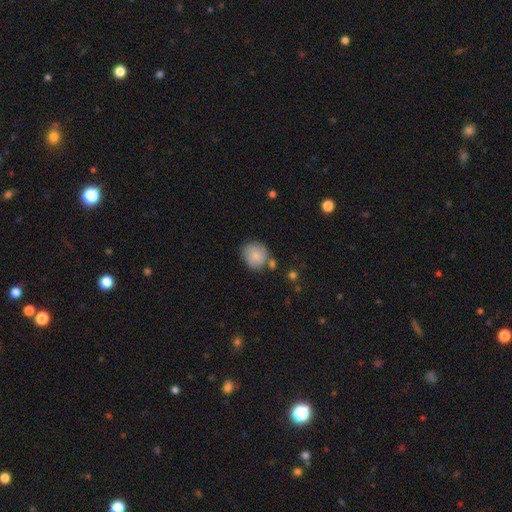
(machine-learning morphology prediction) smooth_or_featured: smooth (p=0.83) [alt: featured or disk p=0.10]
how_rounded: round (p=0.81) [alt: in between p=0.18]
merging: none (p=0.67) [alt: minor disturbance p=0.19]